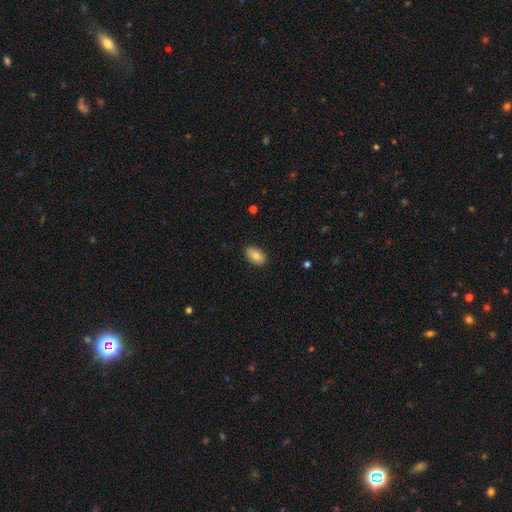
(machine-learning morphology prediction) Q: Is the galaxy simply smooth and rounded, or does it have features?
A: smooth — 82%.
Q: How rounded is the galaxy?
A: in between — 91%.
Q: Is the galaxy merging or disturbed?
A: none — 86%.